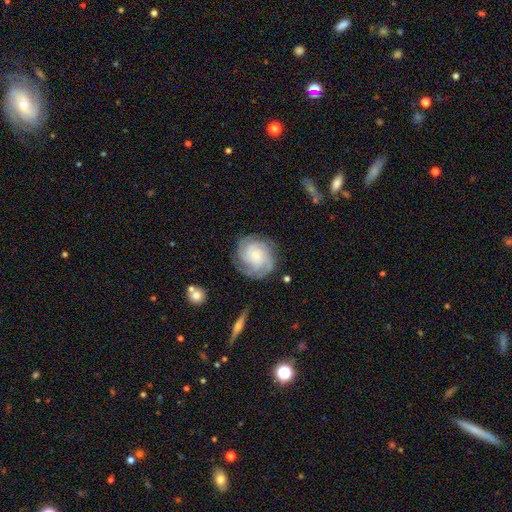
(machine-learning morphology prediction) This appears to be a featured or disk galaxy (75%) with no bar (76%), 3 (29%) tight (62%) spiral arms (96%) and a small central bulge (68%). Merging: none (77%).